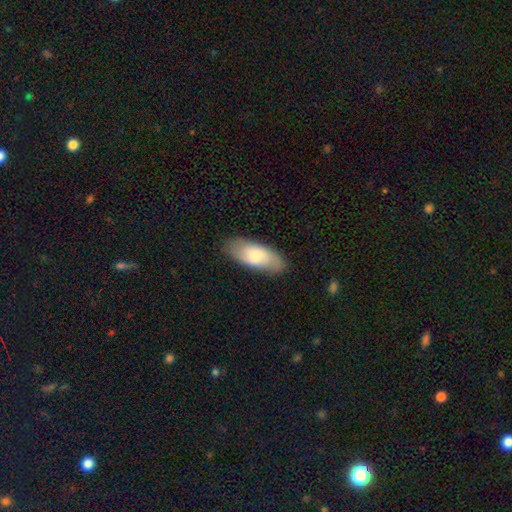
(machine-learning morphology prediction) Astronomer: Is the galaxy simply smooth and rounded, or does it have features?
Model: smooth — 72%.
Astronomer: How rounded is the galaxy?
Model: in between — 84%.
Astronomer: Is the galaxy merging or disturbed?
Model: none — 83%.